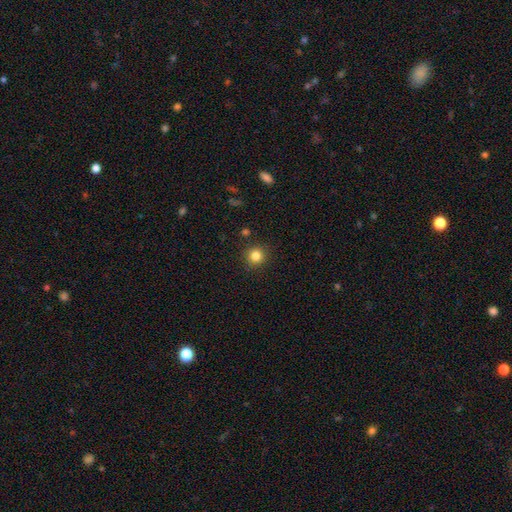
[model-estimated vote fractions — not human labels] Overall: smooth (82%). How rounded: round (93%). Merging: none (90%).